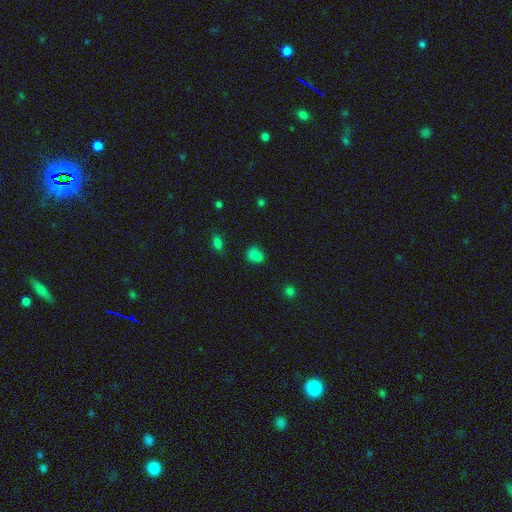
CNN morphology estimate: smooth-or-featured: smooth: 72% | star or artifact: 21% | featured or disk: 7%
  how-rounded: round: 49% (tied) | in between: 49% (tied) | cigar-shaped: 2%
  merging: none: 61% | minor disturbance: 20% | merger: 13% | major disturbance: 7%